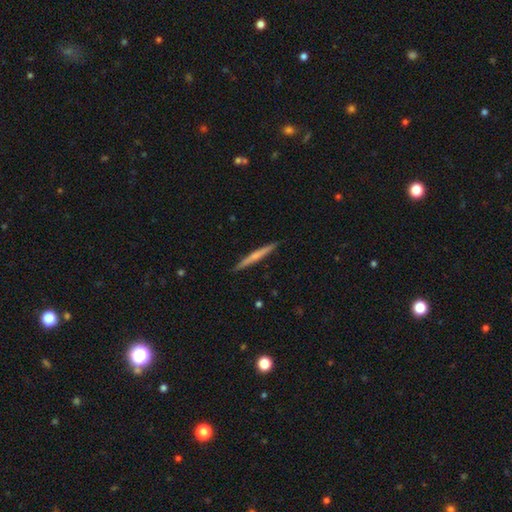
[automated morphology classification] Smooth or featured: featured or disk — 49% (smooth — 46%)
Merging: none — 91% (minor disturbance — 6%)